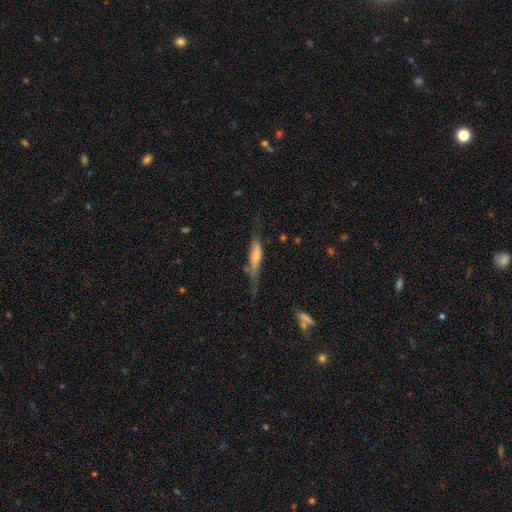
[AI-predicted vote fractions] This appears to be a featured or disk galaxy (48%). Merging: none (46%).